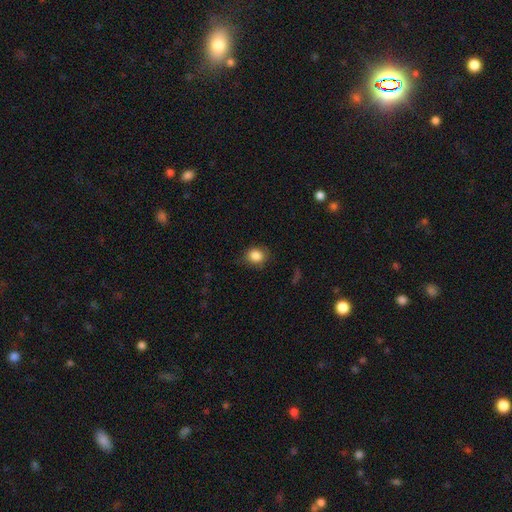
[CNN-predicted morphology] Smooth or featured: smooth — 86% (star or artifact — 9%)
How rounded: round — 61% (in between — 38%)
Merging: none — 74% (minor disturbance — 20%)